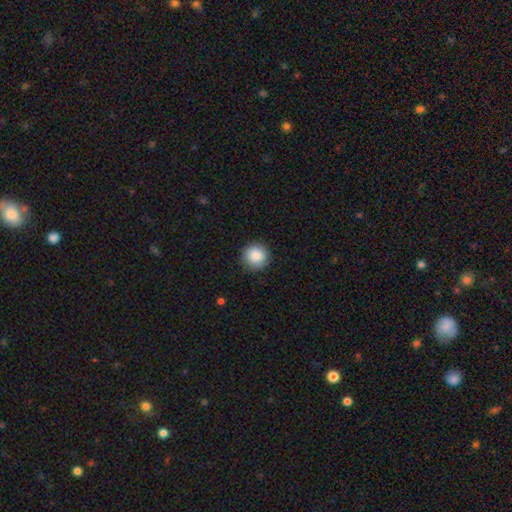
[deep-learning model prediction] Q: Smooth or featured?
A: smooth (88%); runner-up: star or artifact (8%)
Q: How rounded?
A: round (95%); runner-up: in between (4%)
Q: Merging?
A: none (90%); runner-up: minor disturbance (7%)